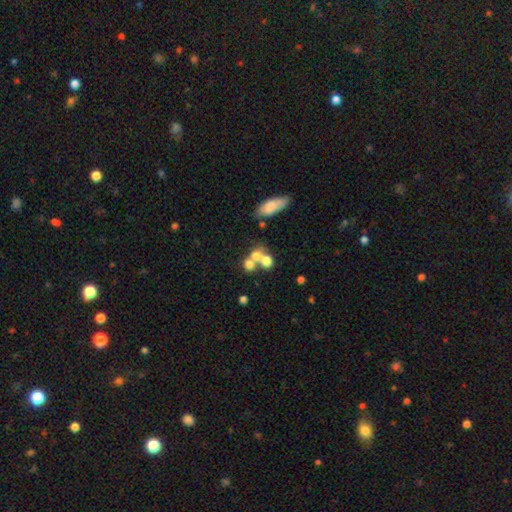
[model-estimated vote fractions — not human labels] Smooth or featured: smooth — 62% (featured or disk — 24%)
How rounded: round — 62% (in between — 36%)
Merging: merger — 60% (none — 26%)